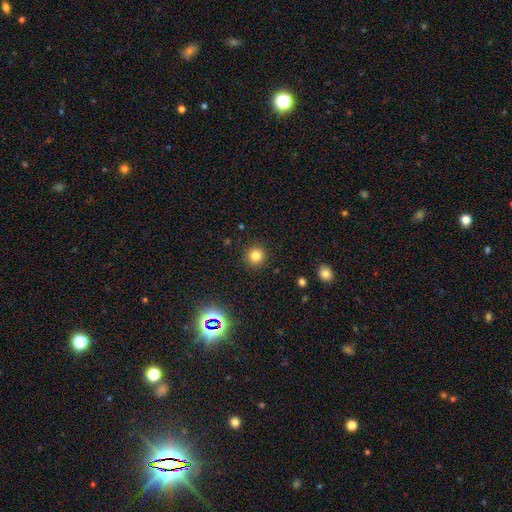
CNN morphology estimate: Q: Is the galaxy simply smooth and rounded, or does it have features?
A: smooth — 80%.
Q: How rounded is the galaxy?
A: round — 94%.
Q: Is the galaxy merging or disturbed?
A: none — 91%.